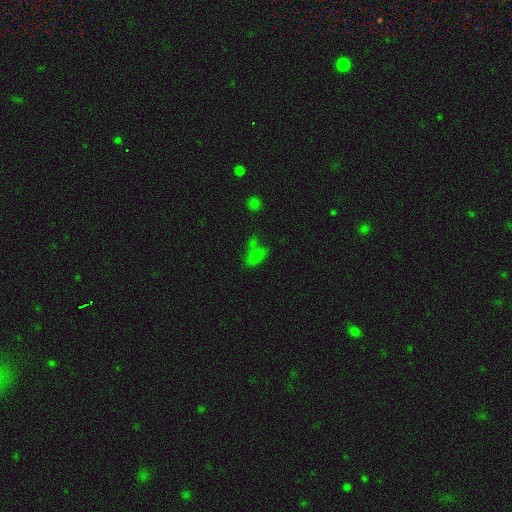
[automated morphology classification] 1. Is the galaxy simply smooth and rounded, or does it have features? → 68% smooth, 20% star or artifact, 12% featured or disk.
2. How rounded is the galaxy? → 83% in between, 11% round, 6% cigar-shaped.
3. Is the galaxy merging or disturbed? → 47% none, 26% merger, 17% minor disturbance, 10% major disturbance.